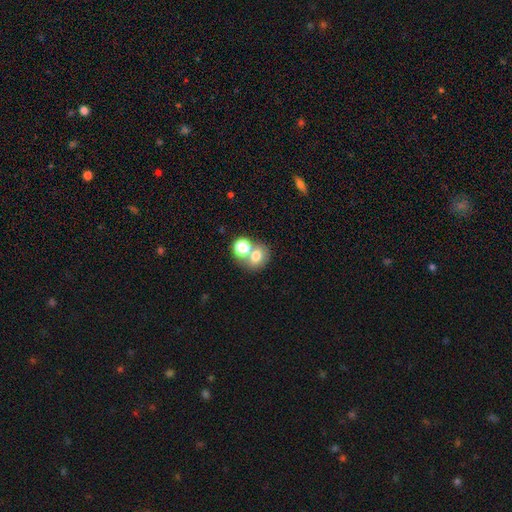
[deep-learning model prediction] This is likely a smooth galaxy (72%). How rounded: possibly round (59%). Merging: possibly none (46%).